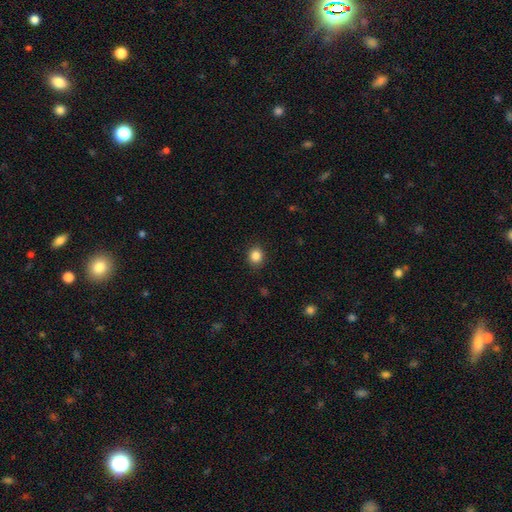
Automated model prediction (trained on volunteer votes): Morphology: type=smooth (85%); roundness=round (75%); merging=none (89%).